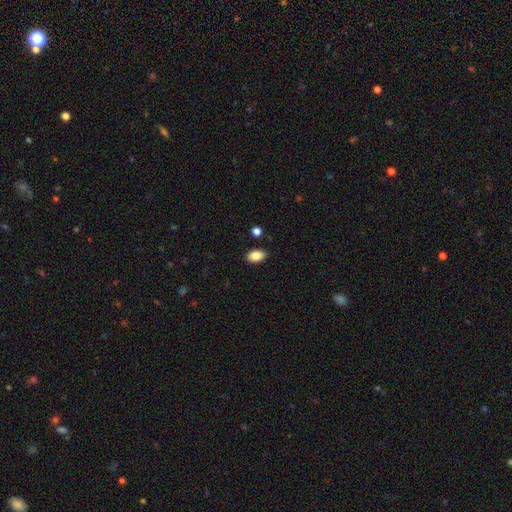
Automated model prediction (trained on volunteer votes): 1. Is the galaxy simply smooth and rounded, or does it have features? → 87% smooth, 8% star or artifact, 5% featured or disk.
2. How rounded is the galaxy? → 91% in between, 8% round, 1% cigar-shaped.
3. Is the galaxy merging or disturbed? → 87% none, 9% minor disturbance, 2% merger, 2% major disturbance.